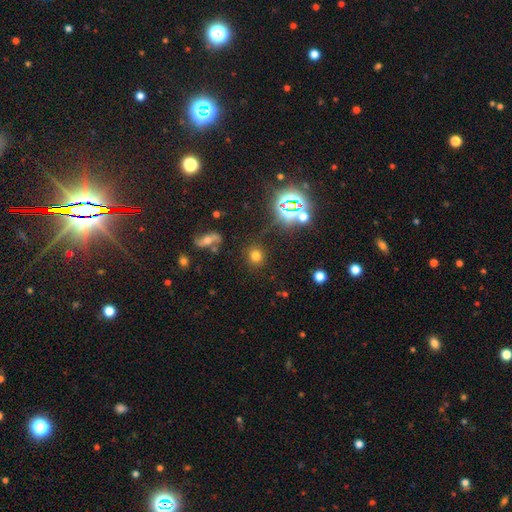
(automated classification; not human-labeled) Q: Smooth or featured?
A: smooth (69%); runner-up: star or artifact (22%)
Q: How rounded?
A: round (88%); runner-up: in between (11%)
Q: Merging?
A: none (84%); runner-up: minor disturbance (8%)